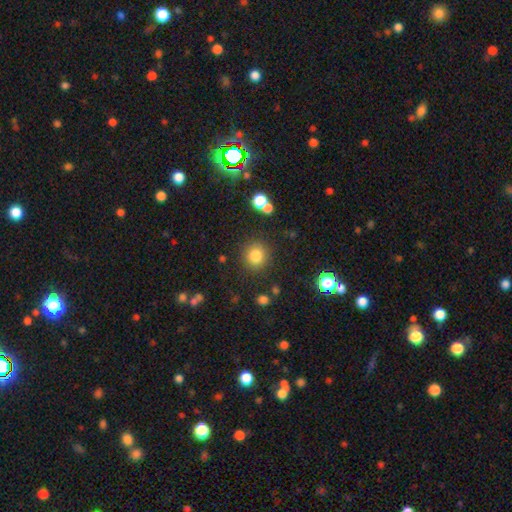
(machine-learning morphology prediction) This appears to be a smooth galaxy with no disk features (82%) that is round (91%). Merging: none (85%).